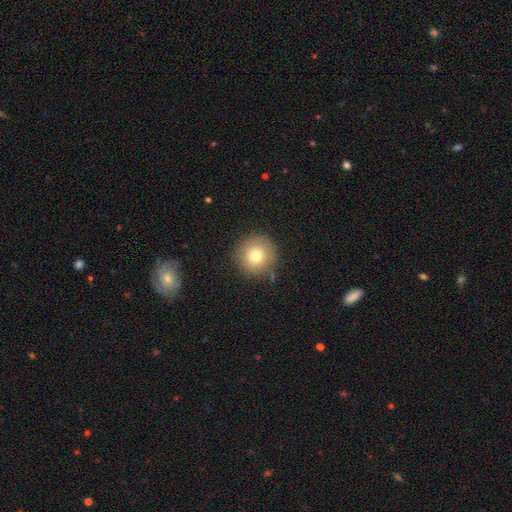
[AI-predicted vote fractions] A smooth galaxy with no disk features (75%) that is round (95%). Merging: none (85%).